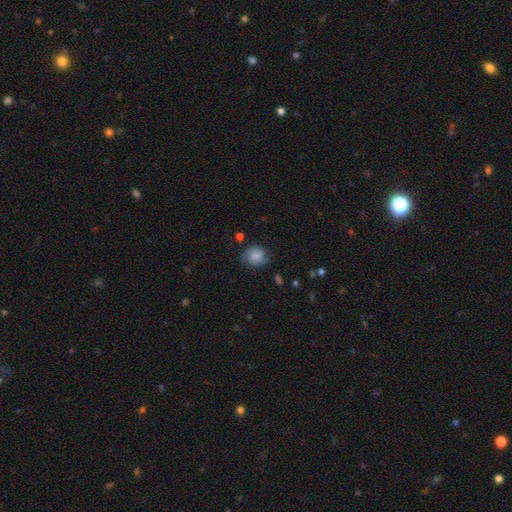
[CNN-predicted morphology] Smooth or featured? smooth (65%)
How rounded? round (78%)
Merging? none (67%)